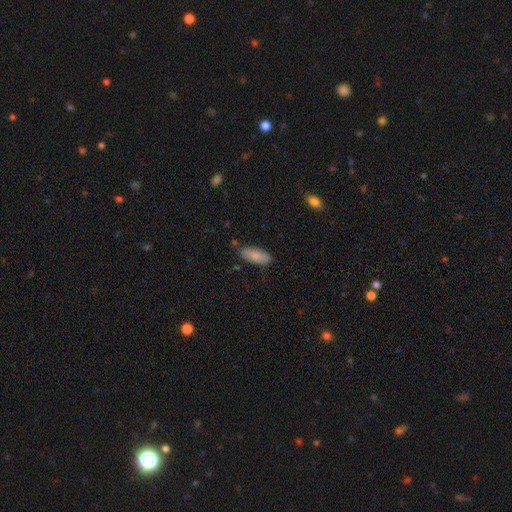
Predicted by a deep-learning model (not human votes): Overall: smooth (82%). How rounded: in between (87%). Merging: none (78%).